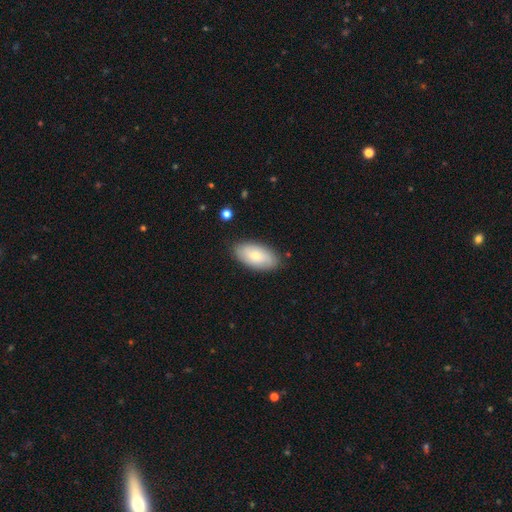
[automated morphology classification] smooth_or_featured: smooth (p=0.67) [alt: featured or disk p=0.27]
how_rounded: in between (p=0.94) [alt: cigar-shaped p=0.04]
merging: none (p=0.84) [alt: minor disturbance p=0.12]